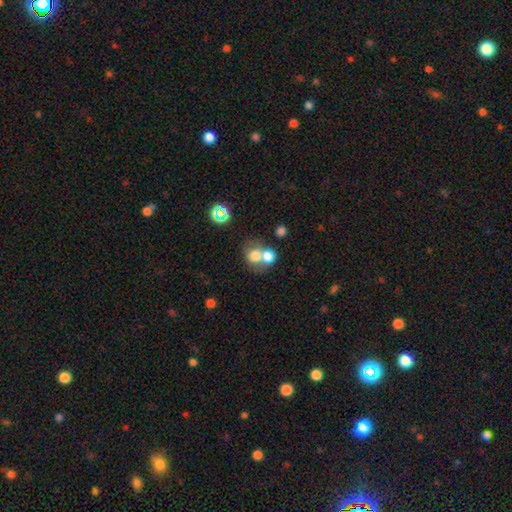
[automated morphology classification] This is likely a smooth galaxy (72%). How rounded: likely round (73%). Merging: possibly merger (53%).